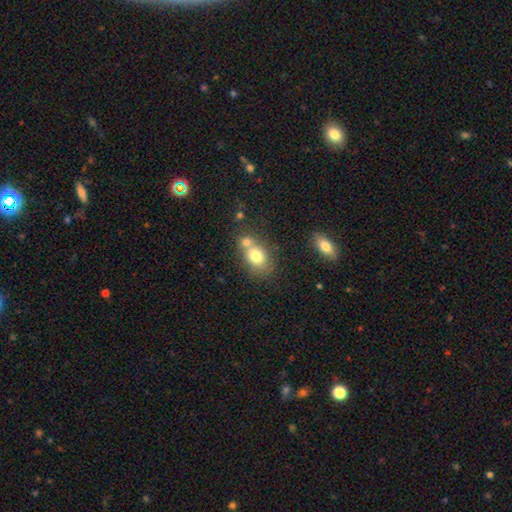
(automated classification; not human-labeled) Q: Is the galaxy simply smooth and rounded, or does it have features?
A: smooth — 76%.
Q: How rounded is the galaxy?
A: in between — 60%.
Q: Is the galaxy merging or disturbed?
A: merger — 45%.